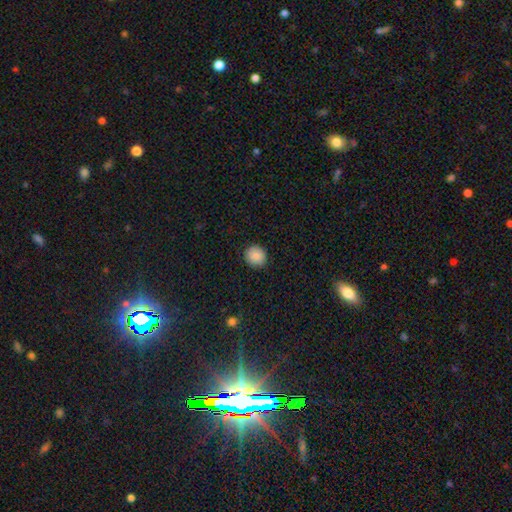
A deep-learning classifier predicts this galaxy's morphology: A smooth galaxy with no disk features (88%) that is round (86%). Merging: none (90%).